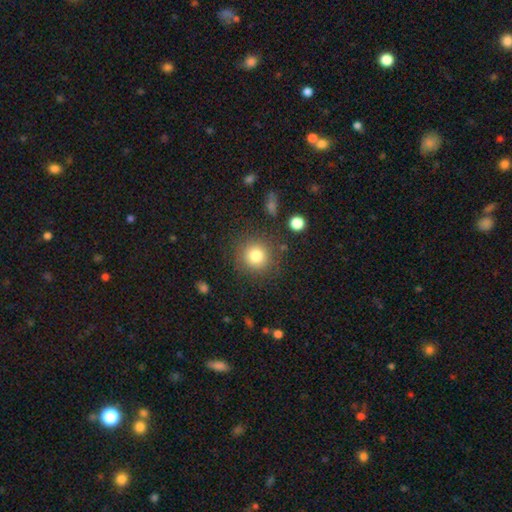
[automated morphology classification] Q: Smooth or featured?
A: smooth (80%); runner-up: star or artifact (12%)
Q: How rounded?
A: round (93%); runner-up: in between (6%)
Q: Merging?
A: none (84%); runner-up: minor disturbance (9%)